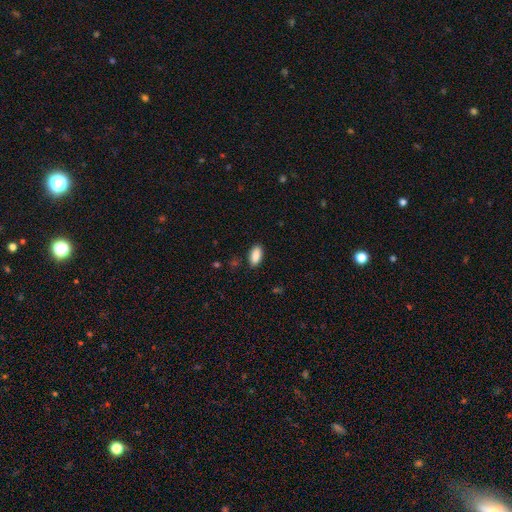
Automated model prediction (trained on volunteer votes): A smooth galaxy with no disk features (89%) that is in between round and cigar-shaped (89%).

Vote fractions:
- Smooth or featured? smooth: 89% / star or artifact: 7% / featured or disk: 4%
- How rounded? in between: 89% / cigar-shaped: 9% / round: 2%
- Merging? none: 87% / minor disturbance: 10% / major disturbance: 2% / merger: 1%